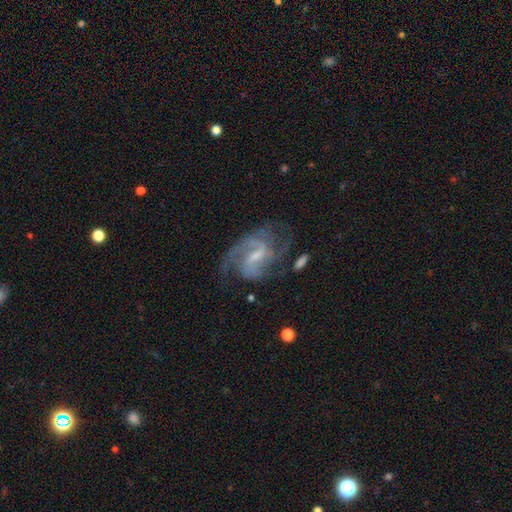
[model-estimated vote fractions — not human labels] Overall: featured or disk (88%). Edge-on disk: no (97%). Bar: weak (58%; strong 26%). Spiral arms: yes (96%). Spiral arm count: 2 (61%). Spiral winding: medium (54%; tight 24%). Bulge size: small (49%; moderate 31%). Merging: none (58%; minor disturbance 20%).